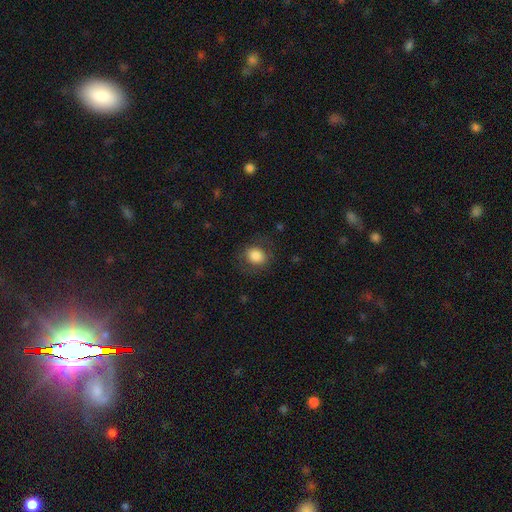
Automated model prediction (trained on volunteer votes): Smooth or featured?
  - smooth: 81% *
  - featured or disk: 11%
  - star or artifact: 8%
How rounded?
  - round: 55% *
  - in between: 44%
  - cigar-shaped: 1%
Merging?
  - none: 77% *
  - minor disturbance: 14%
  - major disturbance: 8%
  - merger: 1%